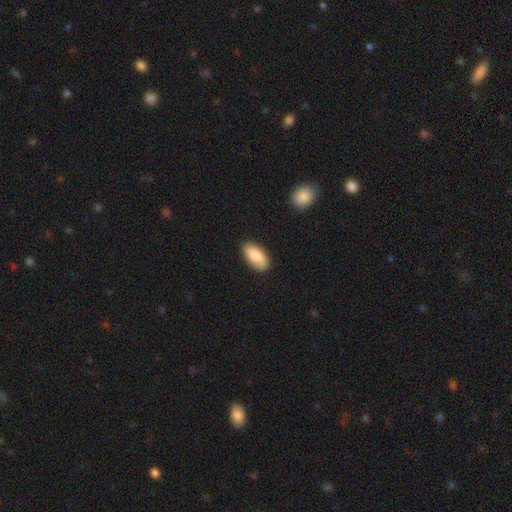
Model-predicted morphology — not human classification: smooth_or_featured: smooth (p=0.79) [alt: featured or disk p=0.15]
how_rounded: in between (p=0.94) [alt: cigar-shaped p=0.03]
merging: none (p=0.81) [alt: minor disturbance p=0.15]